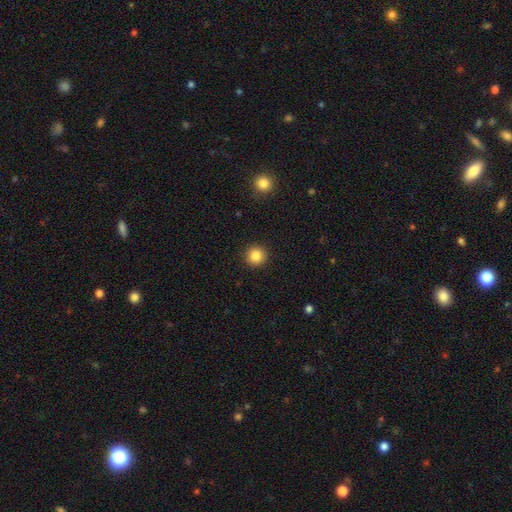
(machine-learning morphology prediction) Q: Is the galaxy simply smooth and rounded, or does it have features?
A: smooth — 86%.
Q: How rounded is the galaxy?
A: round — 95%.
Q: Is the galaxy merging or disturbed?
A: none — 92%.